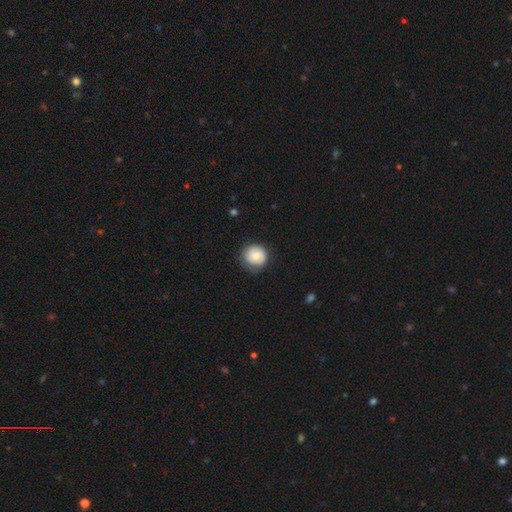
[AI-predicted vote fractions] This is likely a smooth galaxy (75%). How rounded: clearly round (90%). Merging: likely none (73%).